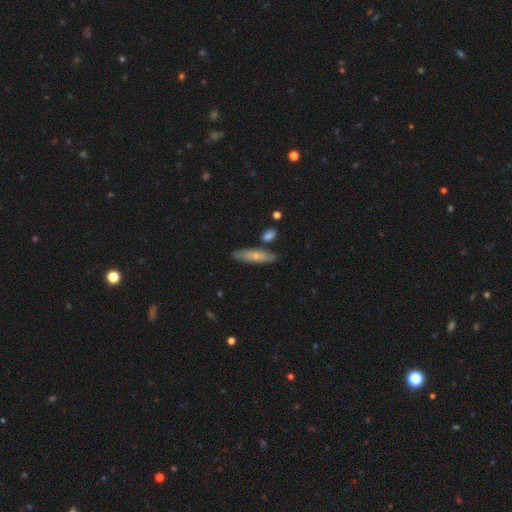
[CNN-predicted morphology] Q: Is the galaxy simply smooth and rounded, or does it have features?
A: smooth — 65%.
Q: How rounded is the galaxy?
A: cigar-shaped — 67%.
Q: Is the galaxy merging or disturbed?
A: none — 77%.